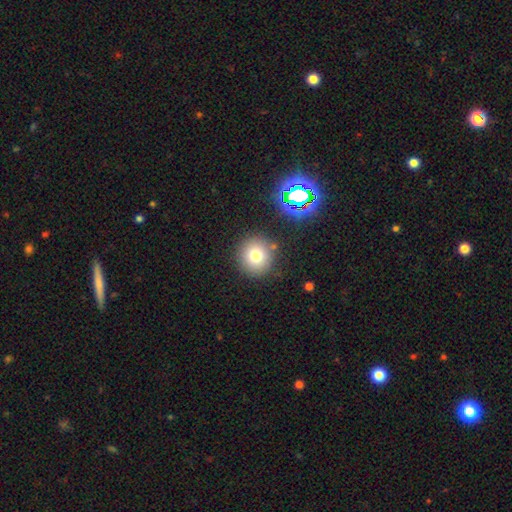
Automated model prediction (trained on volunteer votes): This is likely a smooth galaxy (74%). How rounded: clearly round (92%). Merging: clearly none (85%).